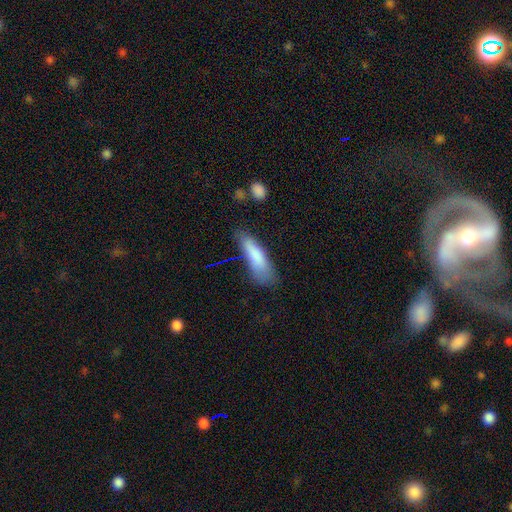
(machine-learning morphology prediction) Smooth or featured?
  - smooth: 81% *
  - featured or disk: 12%
  - star or artifact: 7%
How rounded?
  - cigar-shaped: 61% *
  - in between: 37%
  - round: 2%
Merging?
  - none: 58% *
  - minor disturbance: 27%
  - major disturbance: 10%
  - merger: 4%